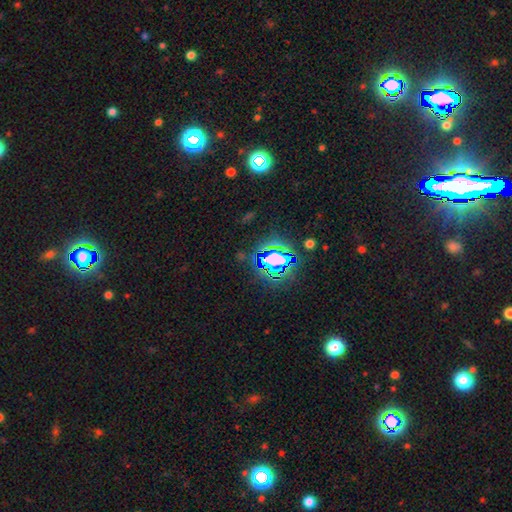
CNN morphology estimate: This is likely a star or artifact rather than a galaxy (79%).